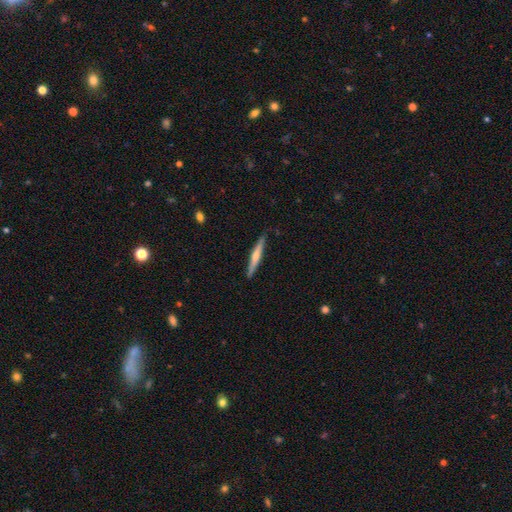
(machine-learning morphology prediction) A featured or disk galaxy (58%) viewed edge-on (97%) with a rounded central bulge (76%).

Vote fractions:
- Smooth or featured? featured or disk: 58% / smooth: 36% / star or artifact: 5%
- Edge-on disk? yes: 97% / no: 3%
- Edge-on bulge? rounded: 76% / none: 17% / boxy: 7%
- Merging? none: 89% / minor disturbance: 8% / major disturbance: 1% / merger: 1%